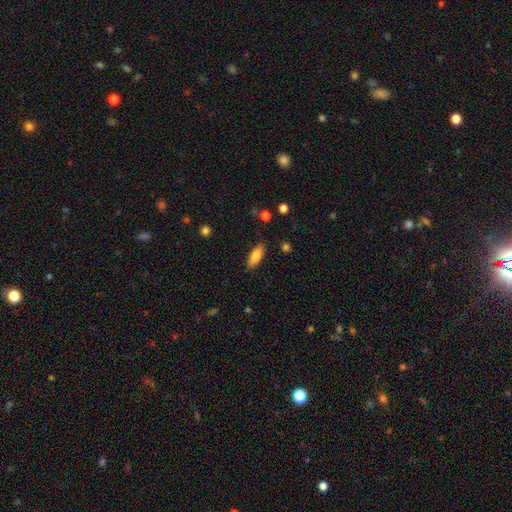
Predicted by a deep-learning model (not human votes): The model was most divided on "how rounded": in between: 66%, cigar-shaped: 32%, round: 2%. More confident: merging — none (86%); smooth or featured — smooth (80%).